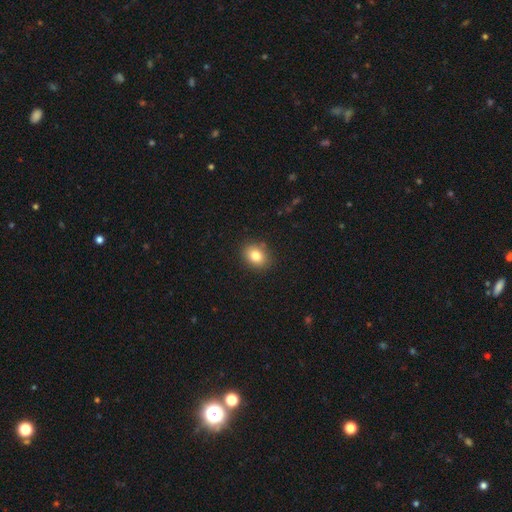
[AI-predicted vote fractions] A smooth galaxy with no disk features (82%) that is in between round and cigar-shaped (55%).

Vote fractions:
- Smooth or featured? smooth: 82% / star or artifact: 10% / featured or disk: 8%
- How rounded? in between: 55% / round: 44% / cigar-shaped: 1%
- Merging? none: 87% / minor disturbance: 9% / major disturbance: 2% / merger: 1%